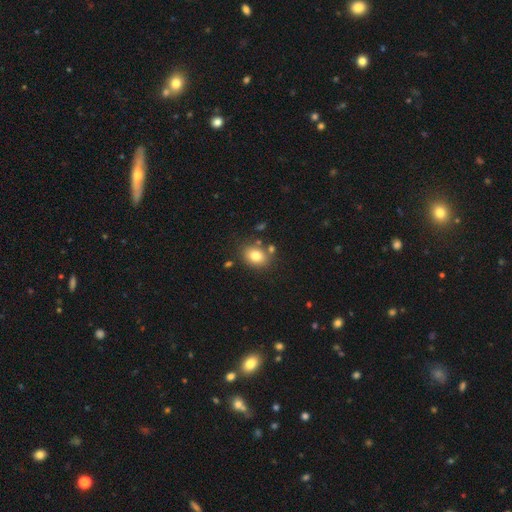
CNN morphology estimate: This is likely a smooth galaxy (80%). How rounded: possibly in between (55%). Merging: likely none (77%).